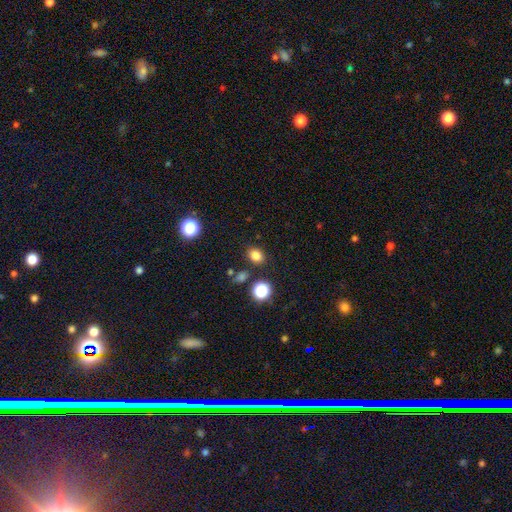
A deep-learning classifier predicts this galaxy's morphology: A smooth galaxy with no disk features (80%) that is in between round and cigar-shaped (53%).

Vote fractions:
- Smooth or featured? smooth: 80% / star or artifact: 15% / featured or disk: 5%
- How rounded? in between: 53% / round: 46% / cigar-shaped: 1%
- Merging? none: 82% / minor disturbance: 10% / merger: 5% / major disturbance: 3%